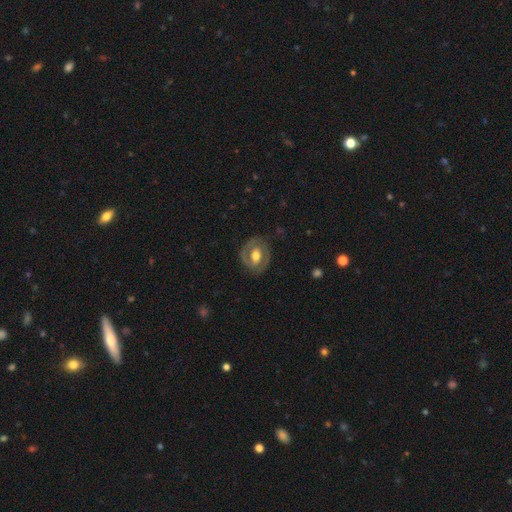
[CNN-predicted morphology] featured or disk 67%, smooth 28%, star or artifact 5%. Down the decision tree: edge-on disk — no (95%); bar — no (44%); spiral arms — yes (58%); bulge size — moderate (66%); merging — none (77%).